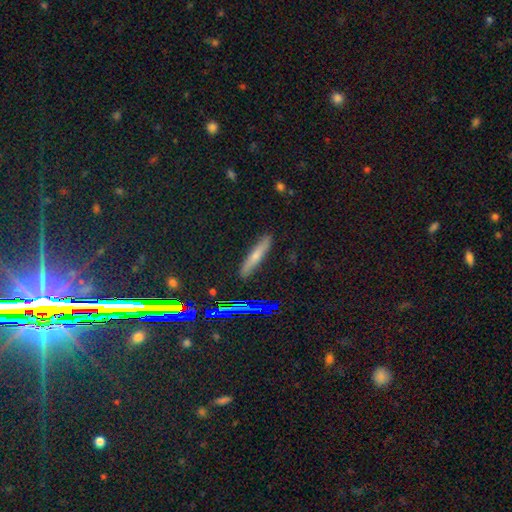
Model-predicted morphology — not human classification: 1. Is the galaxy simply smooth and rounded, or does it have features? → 58% smooth, 29% featured or disk, 13% star or artifact.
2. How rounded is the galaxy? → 89% cigar-shaped, 9% in between, 2% round.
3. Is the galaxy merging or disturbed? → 87% none, 10% minor disturbance, 2% major disturbance, 2% merger.